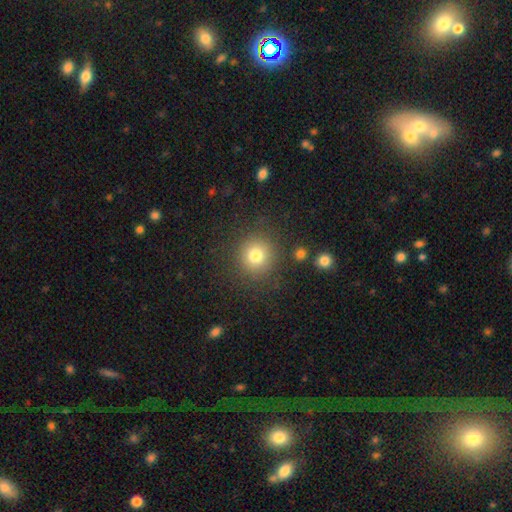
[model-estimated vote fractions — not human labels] Smooth or featured?
  - smooth: 78% *
  - star or artifact: 13%
  - featured or disk: 9%
How rounded?
  - round: 92% *
  - in between: 7%
  - cigar-shaped: 1%
Merging?
  - none: 86% *
  - minor disturbance: 8%
  - major disturbance: 4%
  - merger: 2%